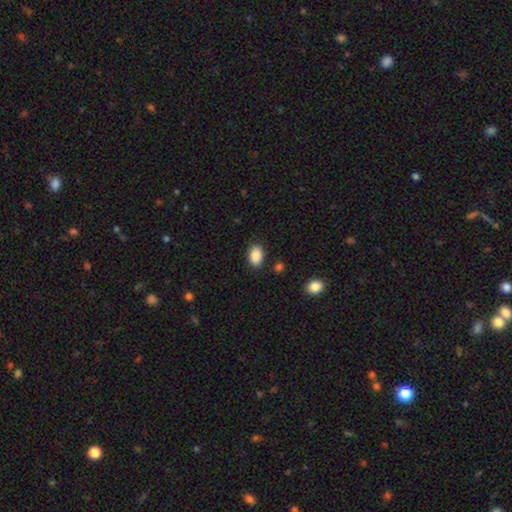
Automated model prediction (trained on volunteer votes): Q: Smooth or featured?
A: smooth (89%); runner-up: star or artifact (8%)
Q: How rounded?
A: in between (85%); runner-up: round (14%)
Q: Merging?
A: none (87%); runner-up: minor disturbance (9%)